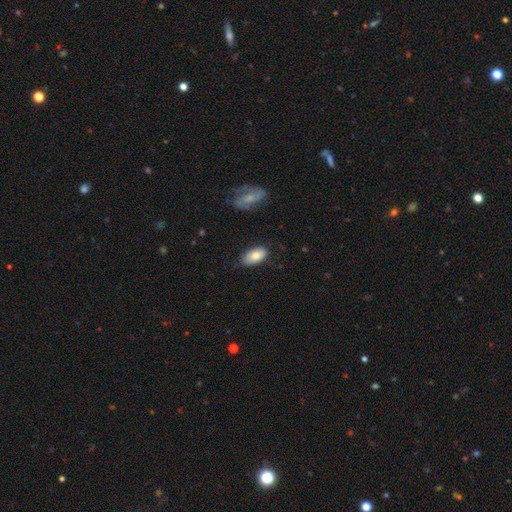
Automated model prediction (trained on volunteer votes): This appears to be a smooth galaxy with no disk features (80%) that is in between round and cigar-shaped (94%). Merging: none (66%).